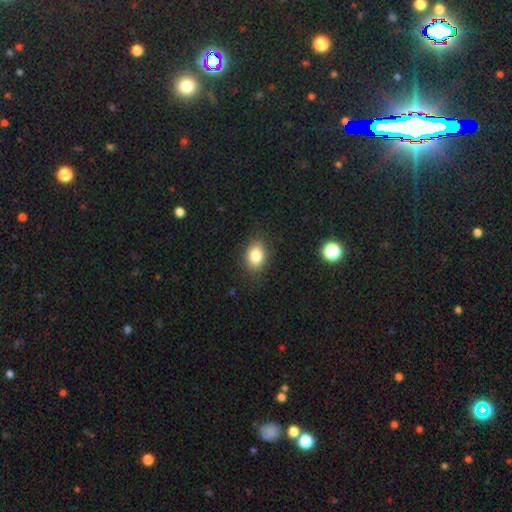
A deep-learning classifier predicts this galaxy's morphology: Smooth or featured?
  - smooth: 83% *
  - star or artifact: 10%
  - featured or disk: 7%
How rounded?
  - in between: 63% *
  - round: 36%
  - cigar-shaped: 1%
Merging?
  - none: 85% *
  - minor disturbance: 11%
  - major disturbance: 3%
  - merger: 1%